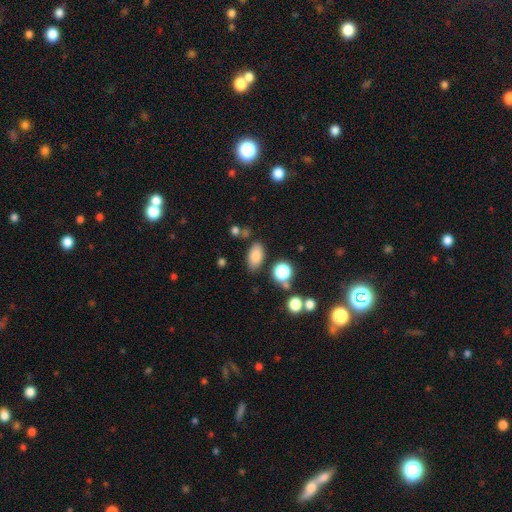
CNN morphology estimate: Smooth or featured?
  - smooth: 81% *
  - star or artifact: 11%
  - featured or disk: 8%
How rounded?
  - in between: 90% *
  - round: 7%
  - cigar-shaped: 4%
Merging?
  - none: 78% *
  - minor disturbance: 13%
  - merger: 5%
  - major disturbance: 4%